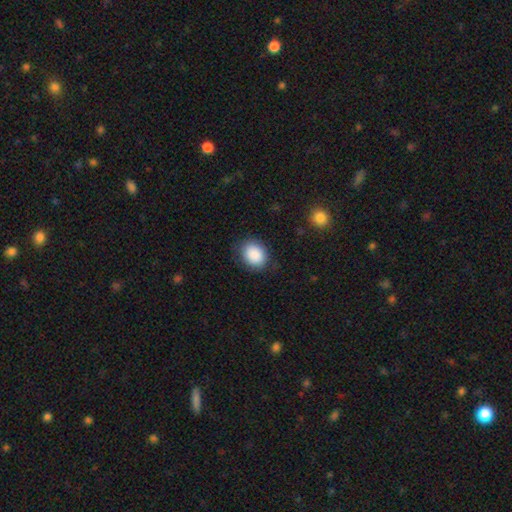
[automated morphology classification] A smooth galaxy with no disk features (89%) that is round (50%).

Vote fractions:
- Smooth or featured? smooth: 89% / star or artifact: 8% / featured or disk: 4%
- How rounded? round: 50% / in between: 49% / cigar-shaped: 1%
- Merging? none: 84% / minor disturbance: 12% / major disturbance: 4% / merger: 1%